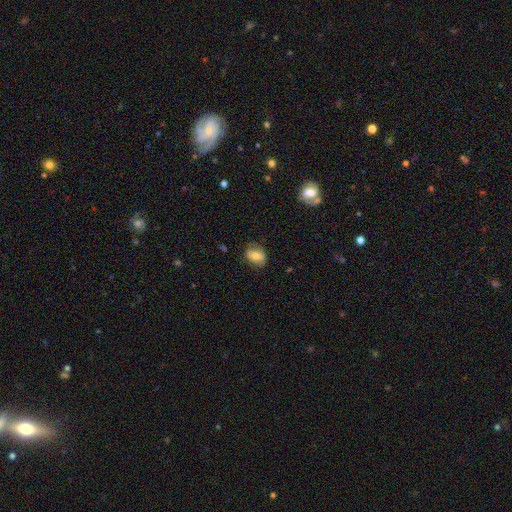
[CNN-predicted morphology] This is likely a smooth galaxy (64%). How rounded: likely in between (68%). Merging: likely none (71%).